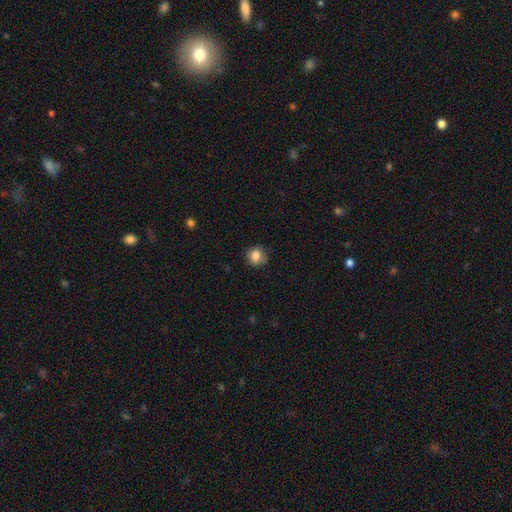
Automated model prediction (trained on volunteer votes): This appears to be a smooth galaxy with no disk features (83%) that is round (83%). Merging: none (80%).